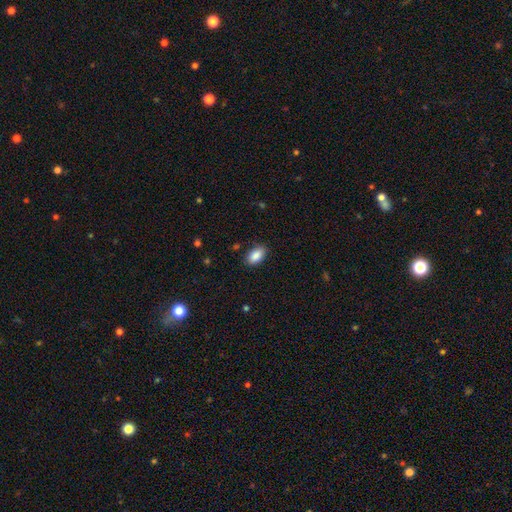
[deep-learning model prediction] Morphology: type=smooth (88%); roundness=in between (93%); merging=none (85%).